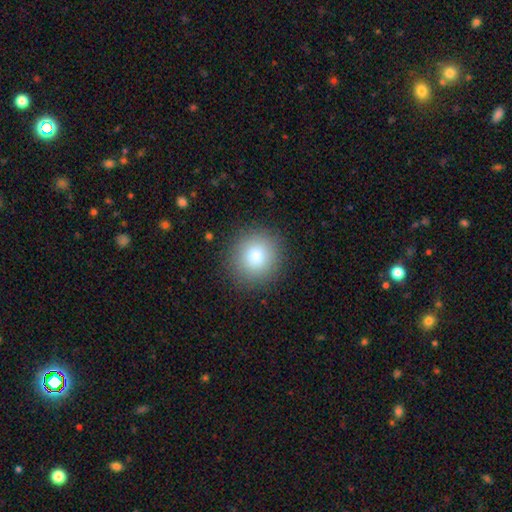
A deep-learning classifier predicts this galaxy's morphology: smooth_or_featured: smooth (p=0.82) [alt: star or artifact p=0.10]
how_rounded: round (p=0.90) [alt: in between p=0.09]
merging: none (p=0.90) [alt: minor disturbance p=0.07]